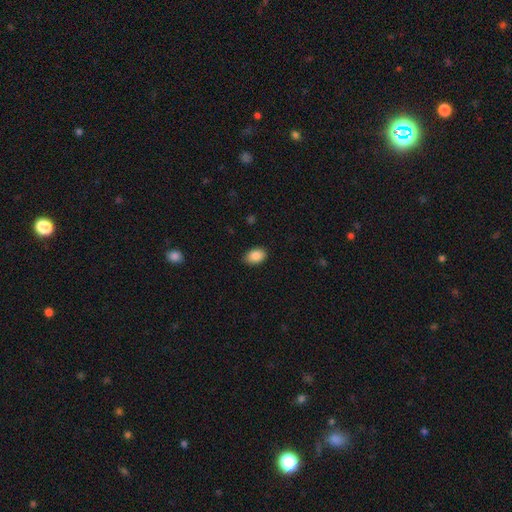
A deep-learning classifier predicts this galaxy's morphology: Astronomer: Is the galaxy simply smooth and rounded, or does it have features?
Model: smooth — 87%.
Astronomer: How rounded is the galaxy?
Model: in between — 83%.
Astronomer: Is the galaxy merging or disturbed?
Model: none — 85%.